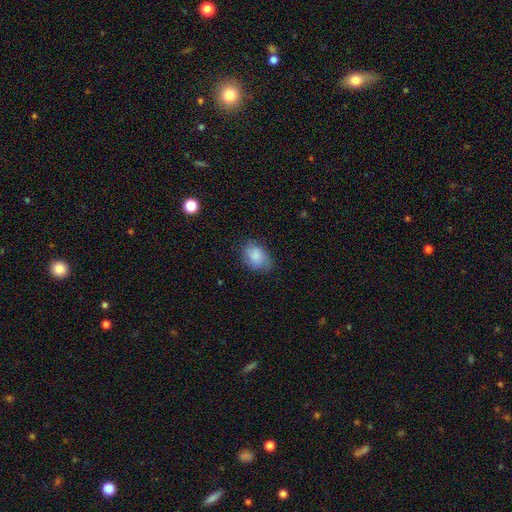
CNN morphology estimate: smooth-or-featured: smooth: 82% | featured or disk: 11% | star or artifact: 7%
  how-rounded: in between: 81% | round: 17% | cigar-shaped: 1%
  merging: none: 72% | minor disturbance: 21% | major disturbance: 5% | merger: 1%